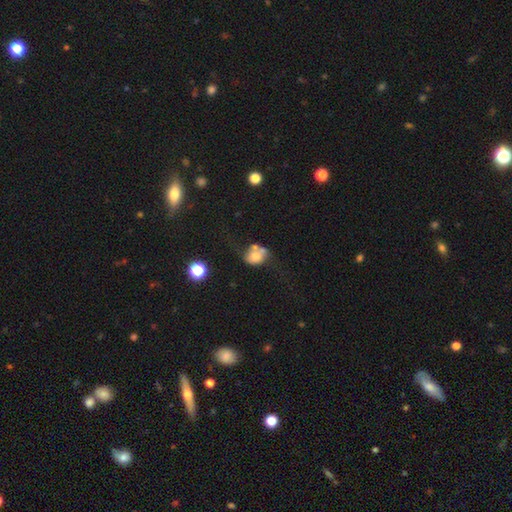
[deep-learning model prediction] Morphology: type=smooth (60%); roundness=round (53%); merging=merger (35%).